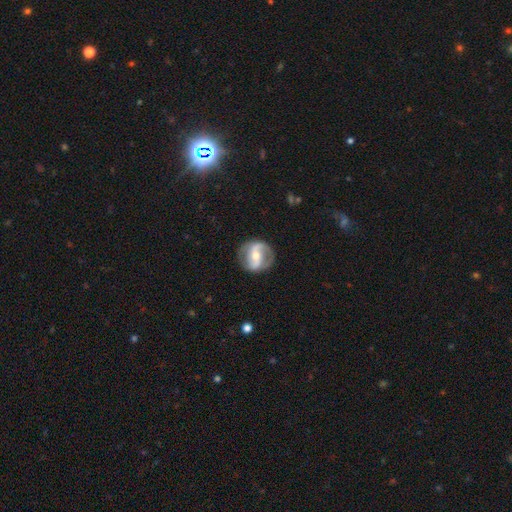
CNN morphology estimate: Smooth or featured?
  - featured or disk: 79% *
  - smooth: 16%
  - star or artifact: 5%
Edge-on disk?
  - no: 96% *
  - yes: 4%
Bar?
  - strong: 46% *
  - weak: 35%
  - no: 19%
Spiral arms?
  - yes: 84% *
  - no: 16%
Spiral winding?
  - medium: 44% *
  - loose: 31%
  - tight: 24%
Spiral arm count?
  - 2: 87% *
  - can't tell: 7%
  - 1: 4%
  - 3: 1%
  - 4: 1%
  - more than 4: 1%
Bulge size?
  - moderate: 61% *
  - small: 33%
  - large: 4%
  - none: 1%
  - dominant: 1%
Merging?
  - none: 79% *
  - minor disturbance: 13%
  - major disturbance: 6%
  - merger: 1%